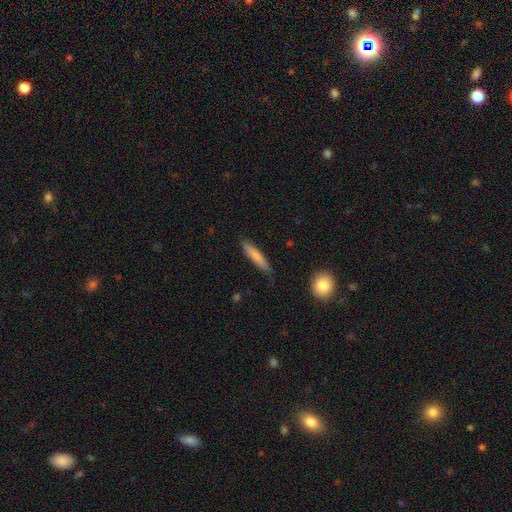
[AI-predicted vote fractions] A smooth galaxy with no disk features (79%) that is cigar-shaped (87%). Merging: none (80%).